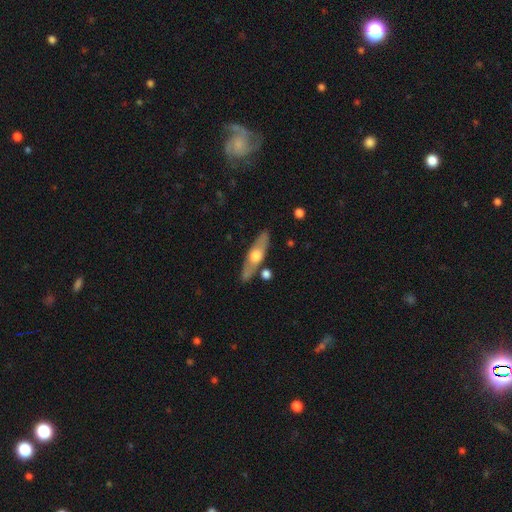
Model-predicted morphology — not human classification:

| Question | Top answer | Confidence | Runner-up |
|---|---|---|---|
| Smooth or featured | featured or disk | 56% | smooth (39%) |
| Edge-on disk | yes | 77% | no (23%) |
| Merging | none | 82% | minor disturbance (10%) |